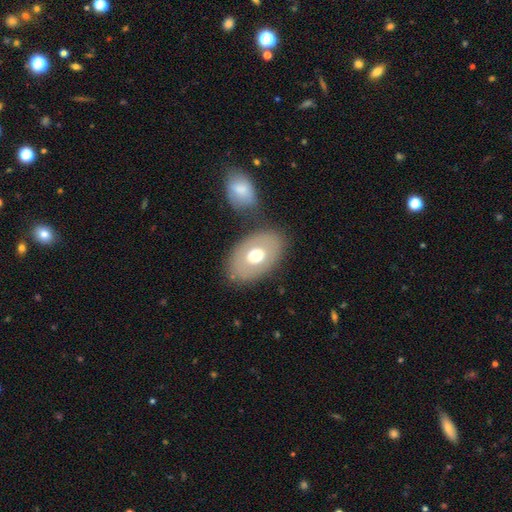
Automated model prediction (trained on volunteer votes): smooth-or-featured: smooth: 59% | featured or disk: 35% | star or artifact: 7%
  how-rounded: in between: 83% | round: 16% | cigar-shaped: 1%
  merging: none: 74% | minor disturbance: 12% | merger: 10% | major disturbance: 5%